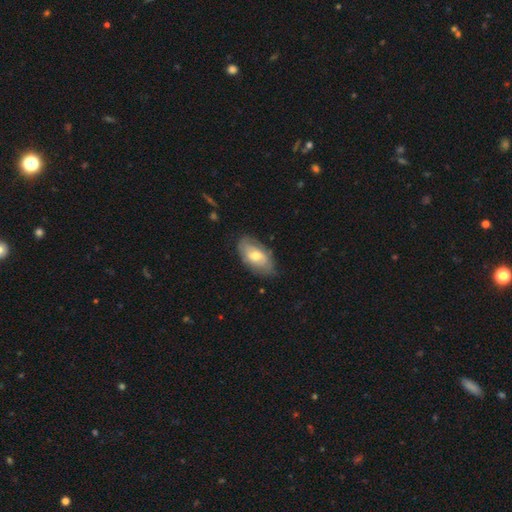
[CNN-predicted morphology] Smooth or featured: smooth — 50% (featured or disk — 44%)
Merging: none — 72% (minor disturbance — 22%)